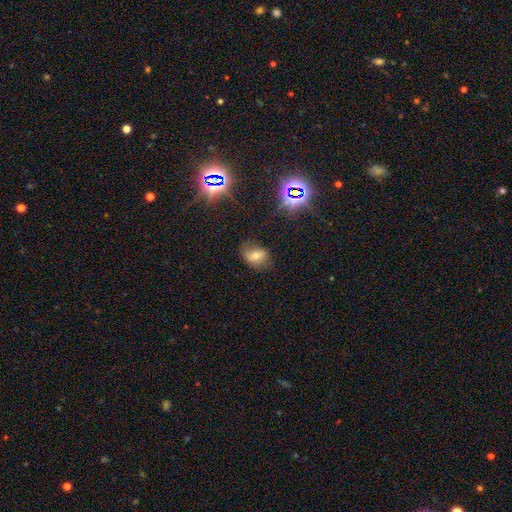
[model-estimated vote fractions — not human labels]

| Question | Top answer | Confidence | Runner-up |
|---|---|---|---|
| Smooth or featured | smooth | 54% | featured or disk (25%) |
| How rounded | in between | 69% | round (29%) |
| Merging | none | 66% | minor disturbance (23%) |